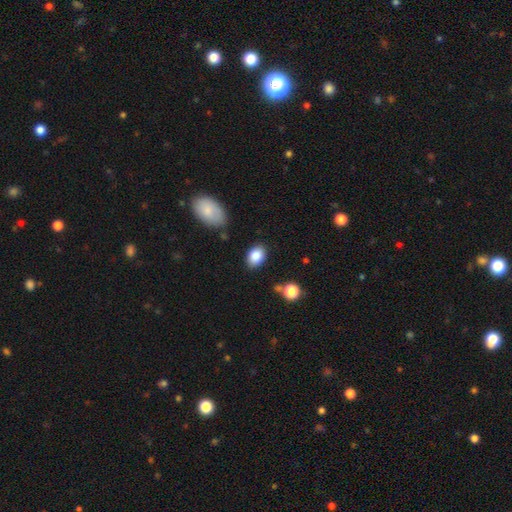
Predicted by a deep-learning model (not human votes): smooth-or-featured: smooth: 86% | star or artifact: 8% | featured or disk: 7%
  how-rounded: in between: 83% | round: 16% | cigar-shaped: 1%
  merging: none: 83% | minor disturbance: 11% | major disturbance: 3% | merger: 3%